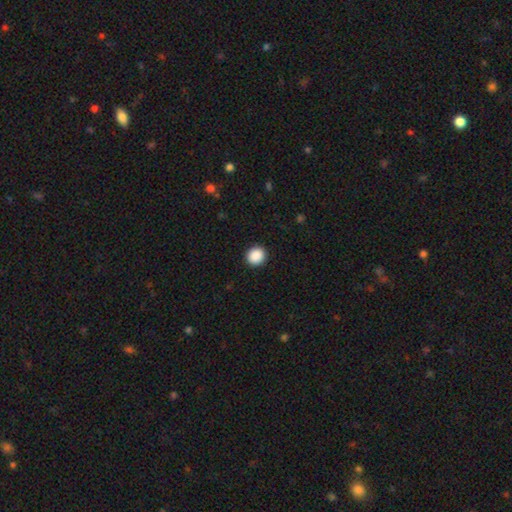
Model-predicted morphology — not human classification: A smooth galaxy with no disk features (90%) that is round (89%).

Vote fractions:
- Smooth or featured? smooth: 90% / star or artifact: 8% / featured or disk: 2%
- How rounded? round: 89% / in between: 10% / cigar-shaped: 1%
- Merging? none: 93% / minor disturbance: 5% / major disturbance: 2% / merger: 1%